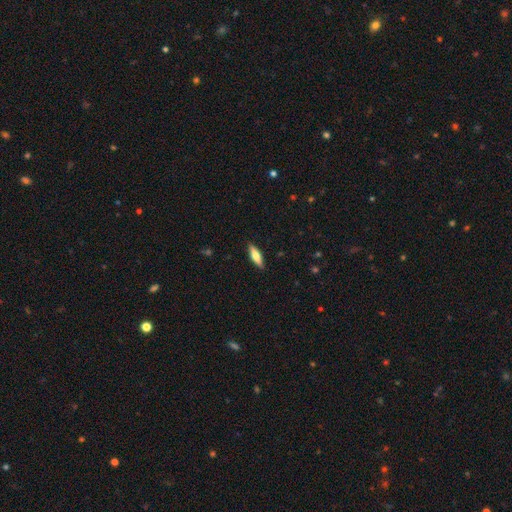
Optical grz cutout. It shows a featured or disk galaxy (57%) viewed edge-on (83%) with a rounded central bulge (84%). Merging: none (92%).